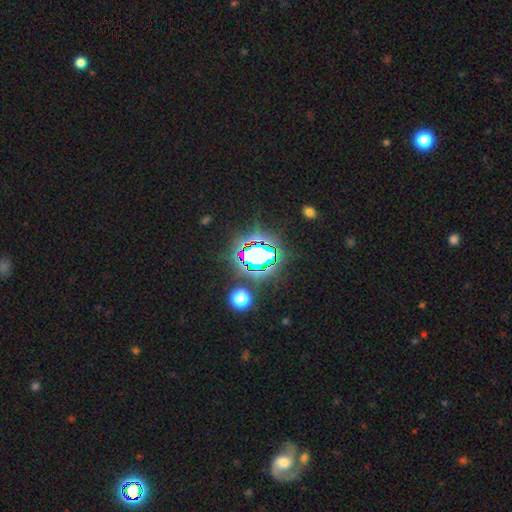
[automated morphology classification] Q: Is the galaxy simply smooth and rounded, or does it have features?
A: star or artifact — 73%.